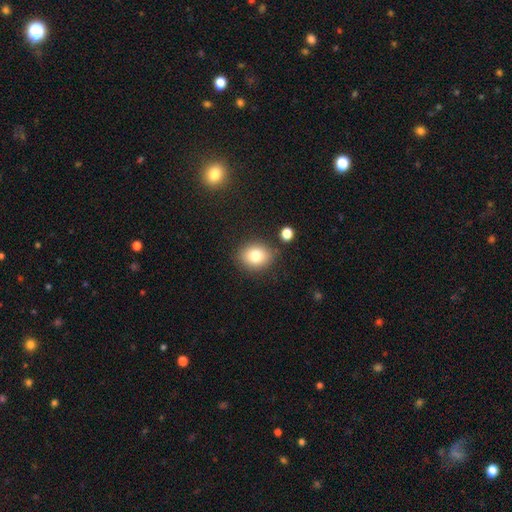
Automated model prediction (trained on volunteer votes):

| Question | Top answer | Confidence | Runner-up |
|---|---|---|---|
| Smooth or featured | smooth | 80% | star or artifact (11%) |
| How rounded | round | 55% | in between (44%) |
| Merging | none | 82% | minor disturbance (11%) |